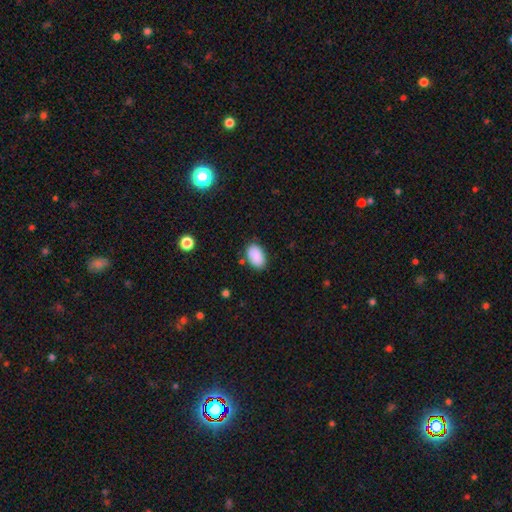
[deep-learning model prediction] Overall: smooth (89%). How rounded: in between (92%). Merging: none (83%).